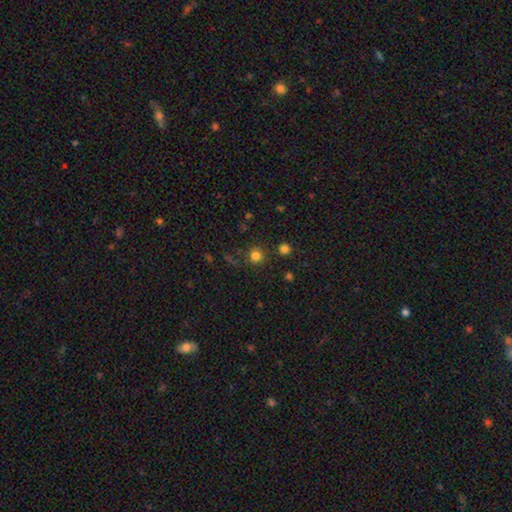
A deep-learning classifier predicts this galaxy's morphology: A smooth galaxy with no disk features (80%) that is round (94%).

Vote fractions:
- Smooth or featured? smooth: 80% / star or artifact: 16% / featured or disk: 5%
- How rounded? round: 94% / in between: 5% / cigar-shaped: 1%
- Merging? none: 86% / minor disturbance: 7% / merger: 4% / major disturbance: 3%